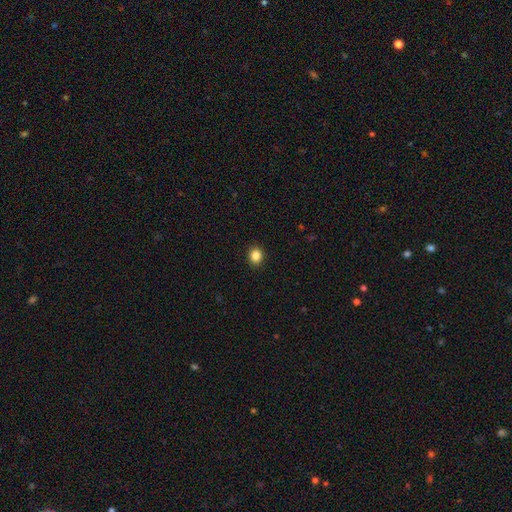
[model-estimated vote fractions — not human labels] smooth_or_featured: smooth (p=0.85) [alt: star or artifact p=0.11]
how_rounded: round (p=0.69) [alt: in between p=0.30]
merging: none (p=0.92) [alt: minor disturbance p=0.06]